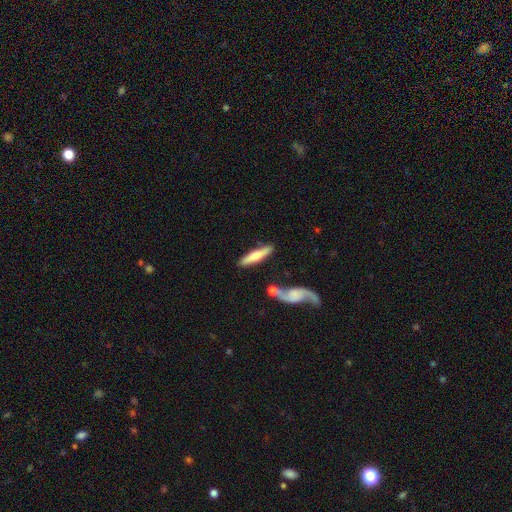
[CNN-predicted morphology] Smooth or featured? smooth (51%)
How rounded? cigar-shaped (81%)
Merging? none (76%)